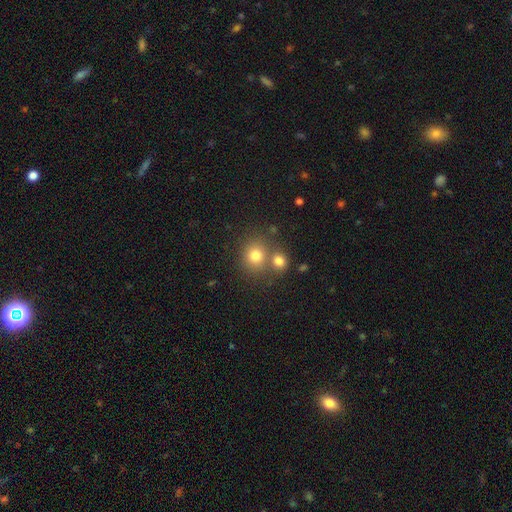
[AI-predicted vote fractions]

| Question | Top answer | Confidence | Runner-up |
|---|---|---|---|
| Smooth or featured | smooth | 77% | star or artifact (13%) |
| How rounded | round | 82% | in between (17%) |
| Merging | none | 60% | merger (28%) |